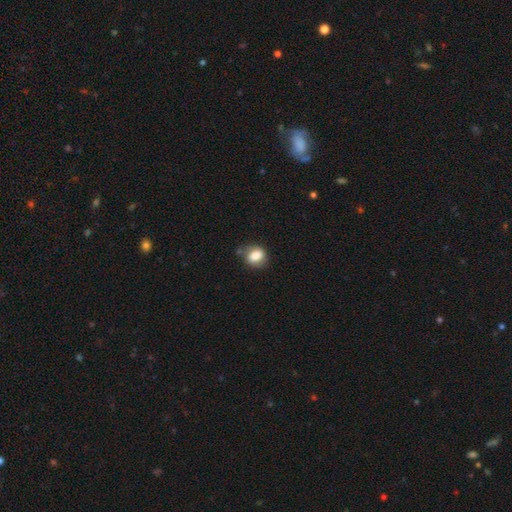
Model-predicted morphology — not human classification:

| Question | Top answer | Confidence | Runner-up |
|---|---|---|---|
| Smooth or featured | smooth | 80% | featured or disk (12%) |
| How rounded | round | 53% | in between (46%) |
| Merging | none | 62% | minor disturbance (26%) |